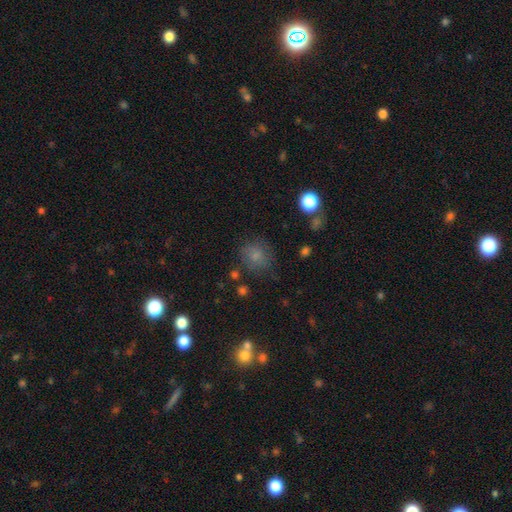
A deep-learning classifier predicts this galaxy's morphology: Q: Smooth or featured?
A: smooth (77%); runner-up: star or artifact (14%)
Q: How rounded?
A: round (81%); runner-up: in between (18%)
Q: Merging?
A: none (73%); runner-up: minor disturbance (17%)